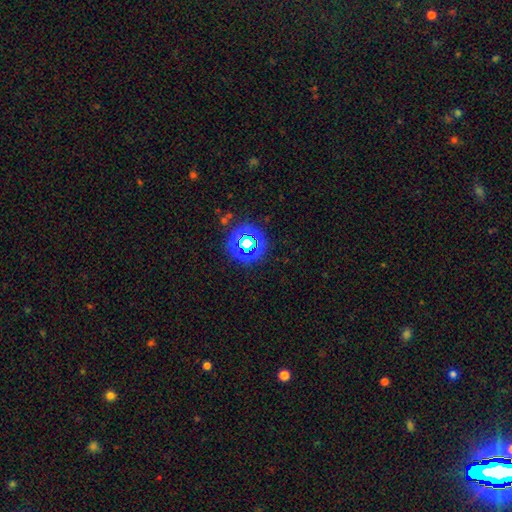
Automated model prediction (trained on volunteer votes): Smooth or featured? star or artifact (60%)